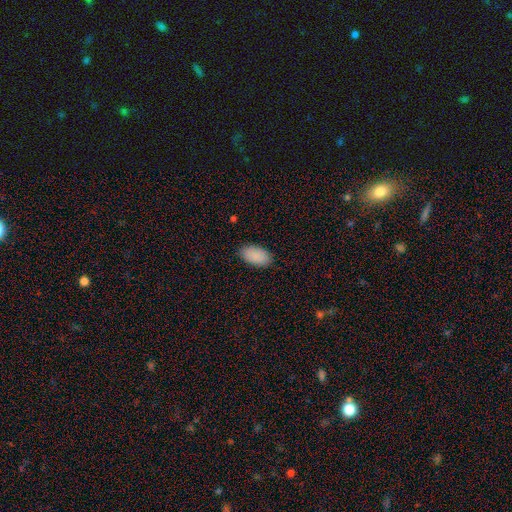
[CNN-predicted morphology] Q: Smooth or featured?
A: smooth (90%); runner-up: star or artifact (7%)
Q: How rounded?
A: in between (95%); runner-up: round (3%)
Q: Merging?
A: none (87%); runner-up: minor disturbance (9%)